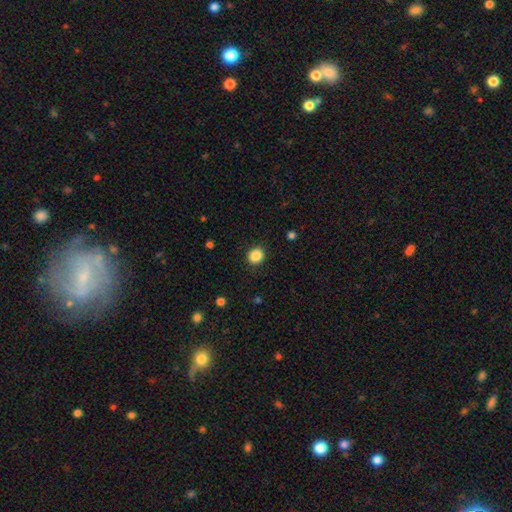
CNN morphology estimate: Smooth or featured? smooth (87%)
How rounded? round (83%)
Merging? none (90%)